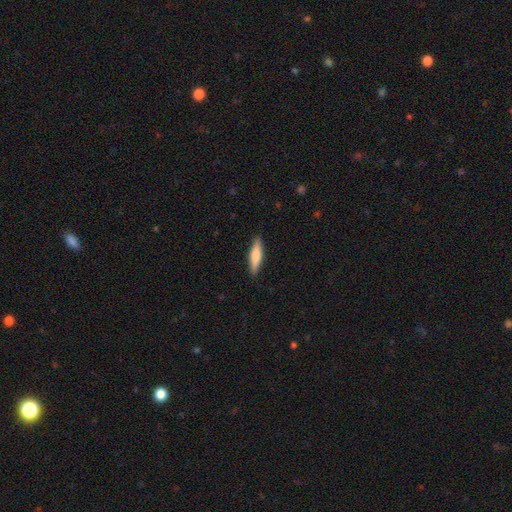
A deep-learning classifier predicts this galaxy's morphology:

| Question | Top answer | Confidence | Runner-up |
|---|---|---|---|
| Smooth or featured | smooth | 75% | featured or disk (20%) |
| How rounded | cigar-shaped | 70% | in between (28%) |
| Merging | none | 89% | minor disturbance (8%) |